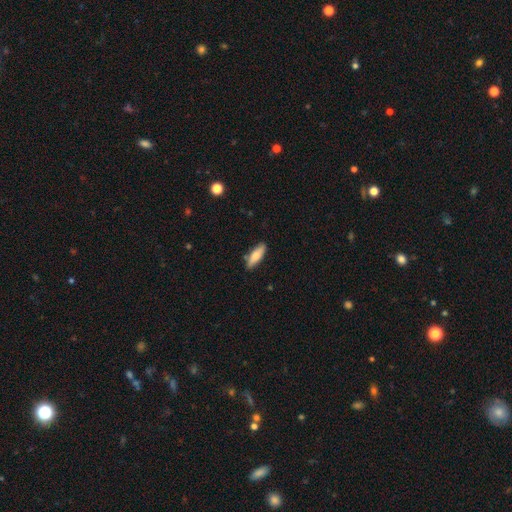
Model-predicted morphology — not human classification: A smooth galaxy with no disk features (76%) that is in between round and cigar-shaped (53%).

Vote fractions:
- Smooth or featured? smooth: 76% / featured or disk: 18% / star or artifact: 6%
- How rounded? in between: 53% / cigar-shaped: 45% / round: 2%
- Merging? none: 82% / minor disturbance: 13% / merger: 3% / major disturbance: 2%